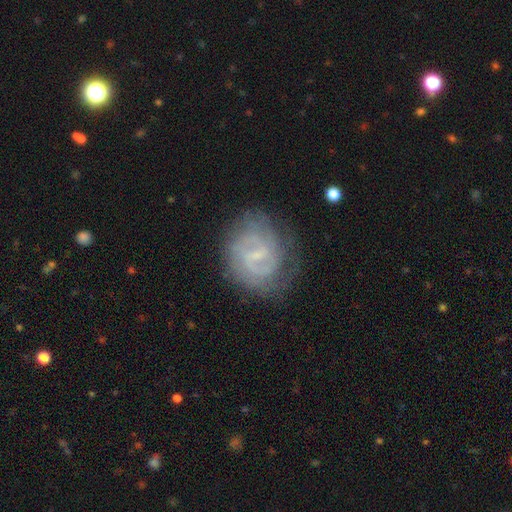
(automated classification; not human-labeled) Q: Smooth or featured?
A: featured or disk (77%); runner-up: smooth (16%)
Q: Edge-on disk?
A: no (98%); runner-up: yes (2%)
Q: Bar?
A: weak (57%); runner-up: strong (25%)
Q: Spiral arms?
A: yes (88%); runner-up: no (12%)
Q: Spiral winding?
A: tight (54%); runner-up: medium (34%)
Q: Spiral arm count?
A: 2 (53%); runner-up: can't tell (30%)
Q: Bulge size?
A: small (58%); runner-up: none (29%)
Q: Merging?
A: none (73%); runner-up: minor disturbance (17%)